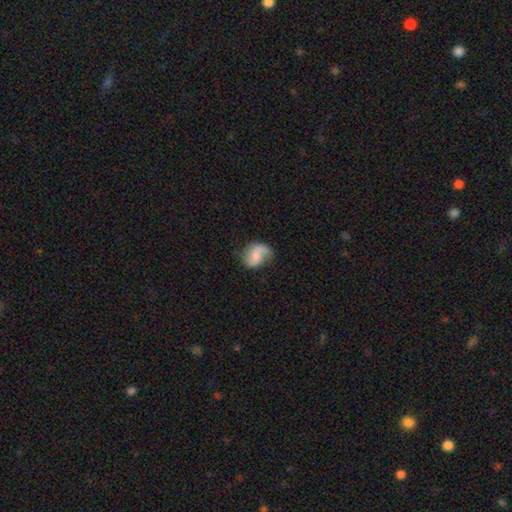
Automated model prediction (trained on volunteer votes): Morphology: type=featured or disk (65%); edge-on=no (97%); bar=no (46%); spiral arms=yes (92%); winding=loose (53%); arm count=2 (75%); bulge=moderate (43%); merging=none (64%).